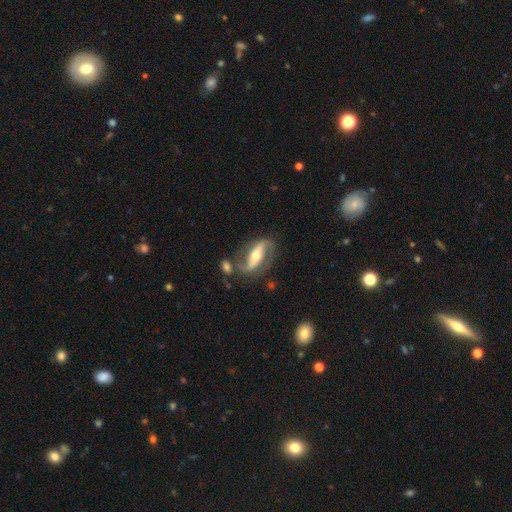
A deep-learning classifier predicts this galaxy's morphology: The model was most divided on "spiral winding": loose: 41%, medium: 39%, tight: 20%. More confident: spiral arms — yes (89%); spiral arm count — 2 (88%); edge-on disk — no (85%); smooth or featured — featured or disk (82%); merging — none (66%); bulge size — moderate (66%); bar — strong (62%).